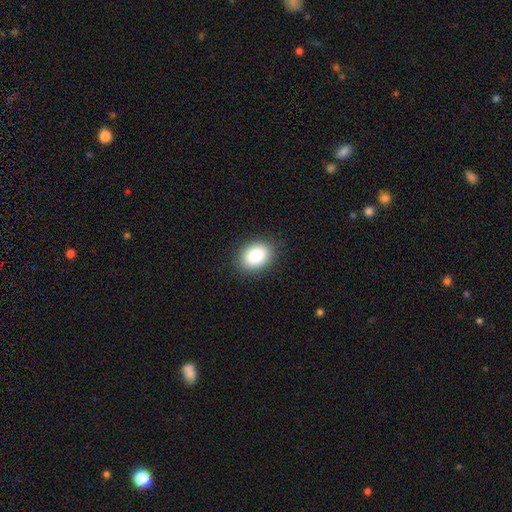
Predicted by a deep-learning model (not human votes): Overall: smooth (86%). How rounded: in between (74%). Merging: none (87%).